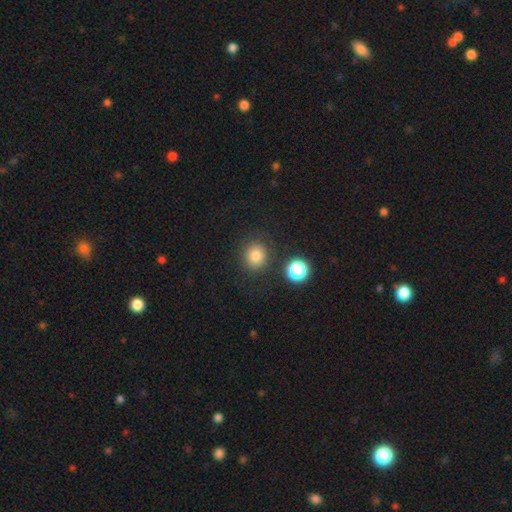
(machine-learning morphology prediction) This is likely a smooth galaxy (80%). How rounded: clearly round (86%). Merging: clearly none (85%).